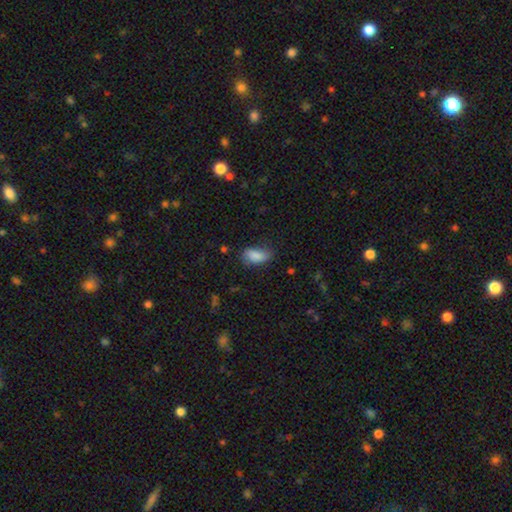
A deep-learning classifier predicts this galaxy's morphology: type=smooth (85%); roundness=in between (91%); merging=none (60%).